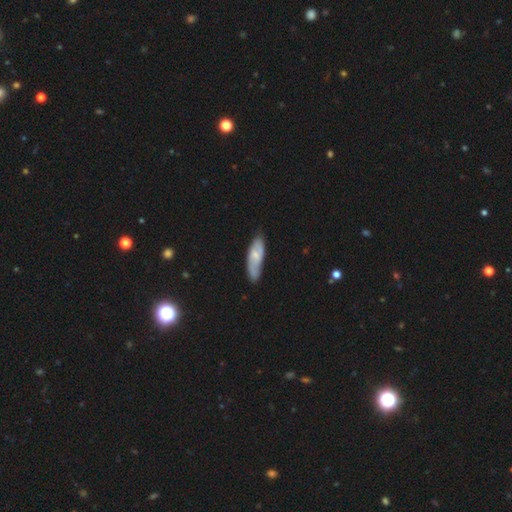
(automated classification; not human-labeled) smooth_or_featured: featured or disk (p=0.49) [alt: smooth p=0.45]
merging: none (p=0.70) [alt: minor disturbance p=0.23]